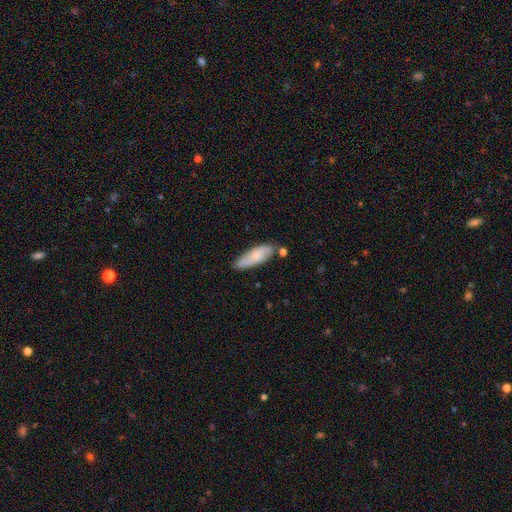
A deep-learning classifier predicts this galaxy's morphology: smooth-or-featured: smooth: 70% | featured or disk: 24% | star or artifact: 6%
  how-rounded: in between: 54% | cigar-shaped: 45% | round: 2%
  merging: none: 70% | minor disturbance: 19% | merger: 7% | major disturbance: 4%